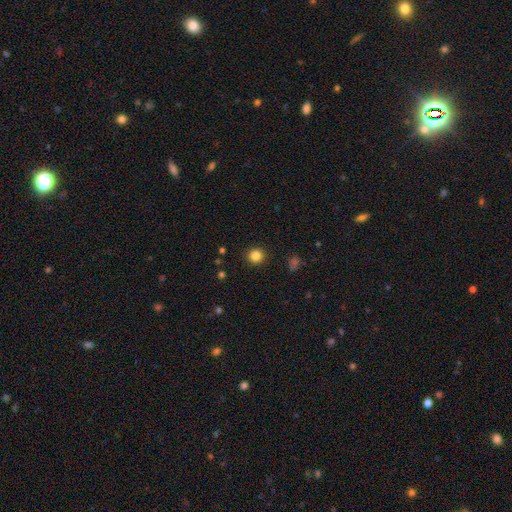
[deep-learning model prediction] Smooth or featured? smooth (84%)
How rounded? round (93%)
Merging? none (92%)